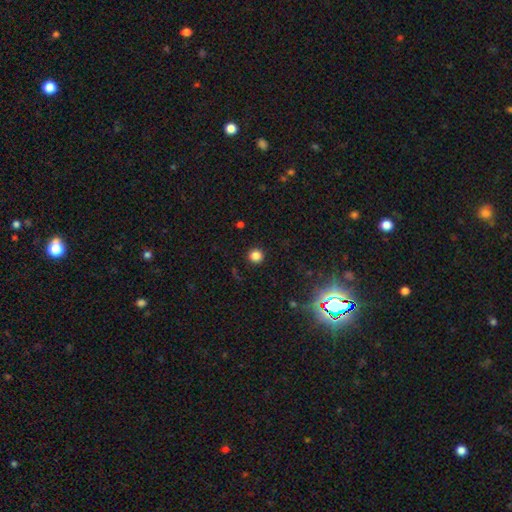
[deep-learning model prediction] Smooth or featured? Predicted: smooth (p=0.83). How rounded? Predicted: round (p=0.94). Merging? Predicted: none (p=0.92).